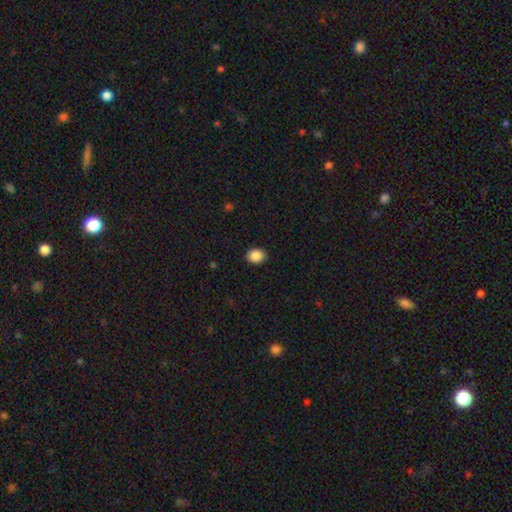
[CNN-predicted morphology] Q: Smooth or featured?
A: smooth (88%); runner-up: star or artifact (9%)
Q: How rounded?
A: round (50%); runner-up: in between (49%)
Q: Merging?
A: none (90%); runner-up: minor disturbance (7%)